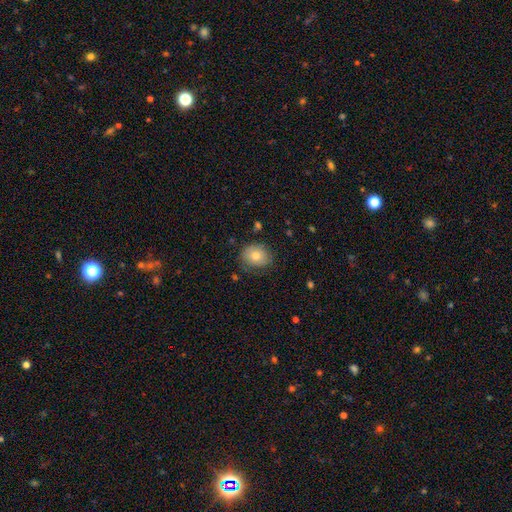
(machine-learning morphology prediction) Smooth or featured: smooth — 74% (featured or disk — 17%)
How rounded: round — 66% (in between — 33%)
Merging: none — 74% (minor disturbance — 20%)